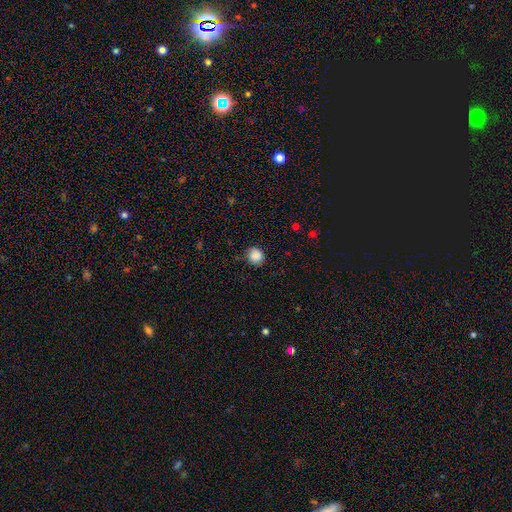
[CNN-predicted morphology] smooth_or_featured: smooth (p=0.88) [alt: star or artifact p=0.09]
how_rounded: round (p=0.84) [alt: in between p=0.15]
merging: none (p=0.83) [alt: minor disturbance p=0.13]